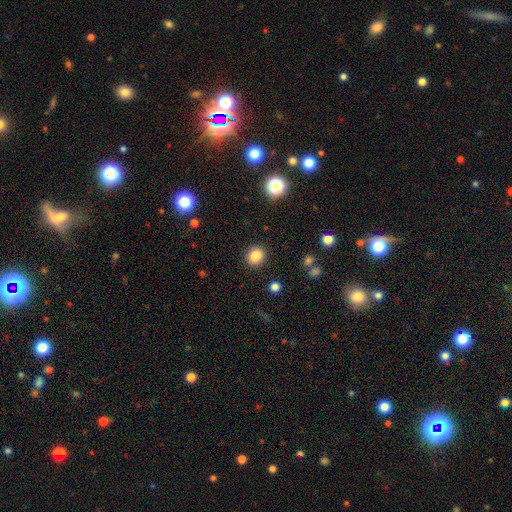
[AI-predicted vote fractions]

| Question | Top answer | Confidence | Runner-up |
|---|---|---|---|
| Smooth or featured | smooth | 84% | star or artifact (11%) |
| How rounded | round | 82% | in between (17%) |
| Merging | none | 90% | minor disturbance (6%) |